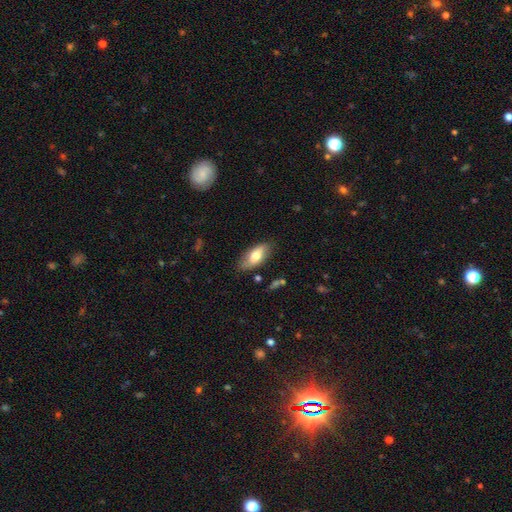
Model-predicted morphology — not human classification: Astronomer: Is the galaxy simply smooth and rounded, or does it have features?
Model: smooth — 69%.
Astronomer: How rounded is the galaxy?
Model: in between — 87%.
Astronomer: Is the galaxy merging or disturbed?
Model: none — 78%.